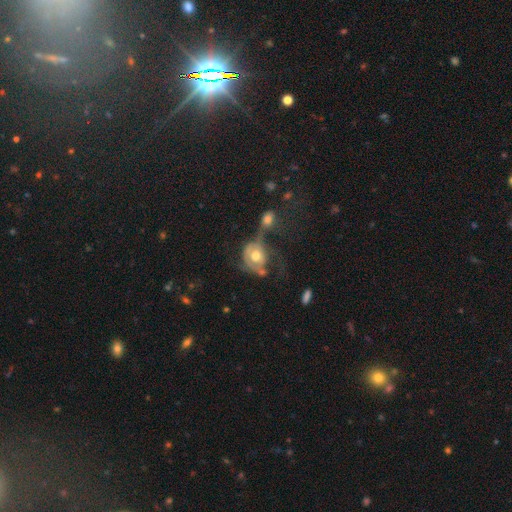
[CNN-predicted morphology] smooth_or_featured: featured or disk (p=0.50) [alt: smooth p=0.42]
merging: merger (p=0.42) [alt: major disturbance p=0.28]